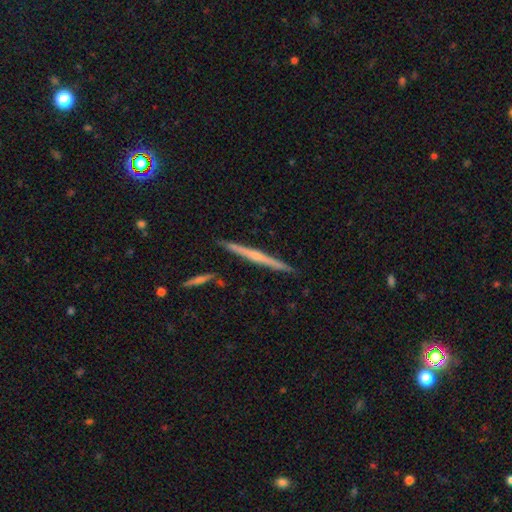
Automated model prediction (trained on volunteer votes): smooth-or-featured: featured or disk: 70% | smooth: 23% | star or artifact: 7%
  disk-edge-on: yes: 98% | no: 2%
    edge-on-bulge: rounded: 52% | none: 42% | boxy: 6%
  merging: none: 90% | minor disturbance: 7% | merger: 2% | major disturbance: 1%